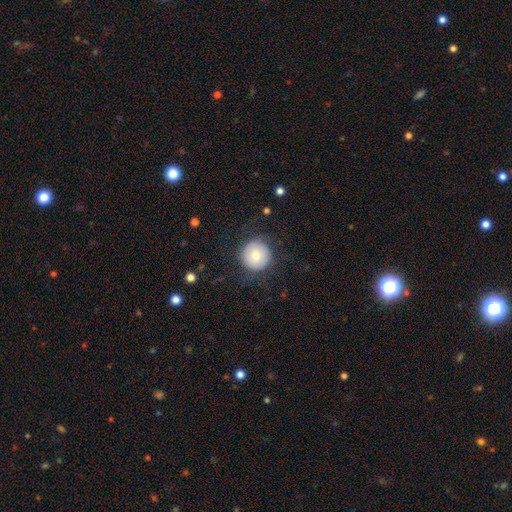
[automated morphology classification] smooth 76%, featured or disk 16%, star or artifact 8%. Down the decision tree: how rounded — round (95%); merging — none (81%).